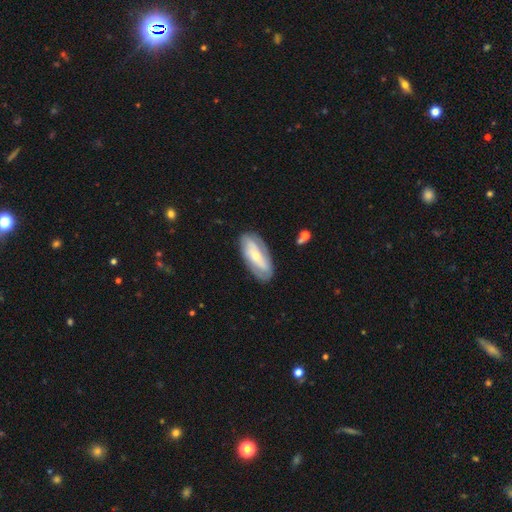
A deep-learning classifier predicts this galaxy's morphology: smooth-or-featured: featured or disk: 61% | smooth: 34% | star or artifact: 6%
  disk-edge-on: no: 87% | yes: 13%
    bar: no: 48% | weak: 28% | strong: 24%
    has-spiral-arms: yes: 69% | no: 31%
    bulge-size: small: 63% | moderate: 32% | large: 2% | none: 2% | dominant: 1%
  merging: none: 79% | minor disturbance: 15% | major disturbance: 4% | merger: 2%